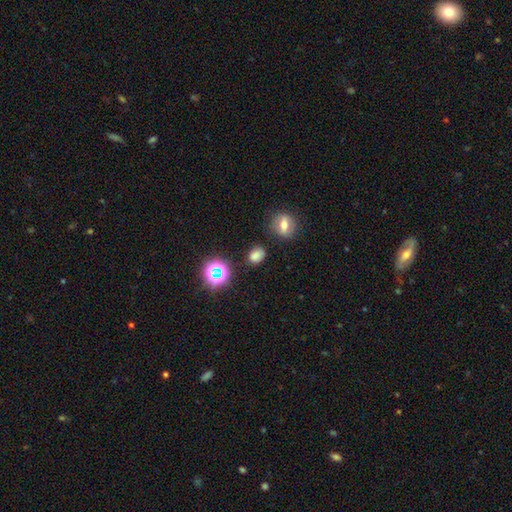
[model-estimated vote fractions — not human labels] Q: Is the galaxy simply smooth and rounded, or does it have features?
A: smooth — 72%.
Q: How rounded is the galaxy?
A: in between — 59%.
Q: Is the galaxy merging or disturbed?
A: none — 80%.